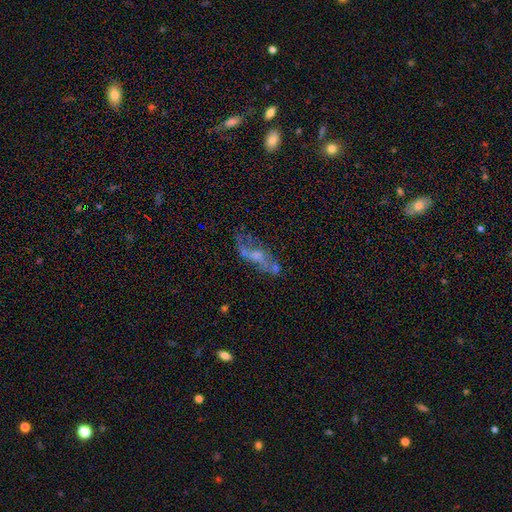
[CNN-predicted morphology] A featured or disk galaxy (61%) with no bar (63%), spiral arms (51%) and a small central bulge (35%). Merging: none (46%).